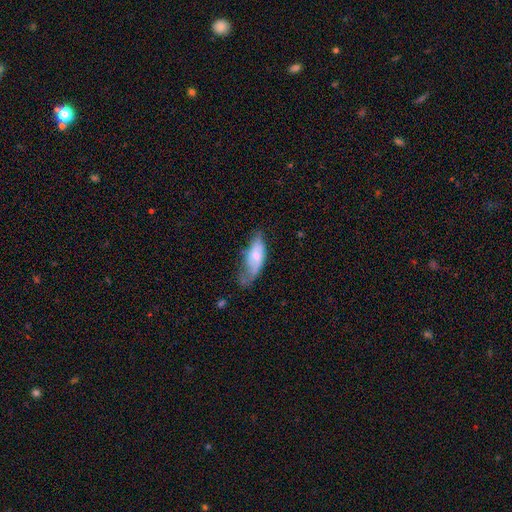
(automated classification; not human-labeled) Morphology: type=smooth (60%); roundness=in between (80%); merging=minor disturbance (38%).